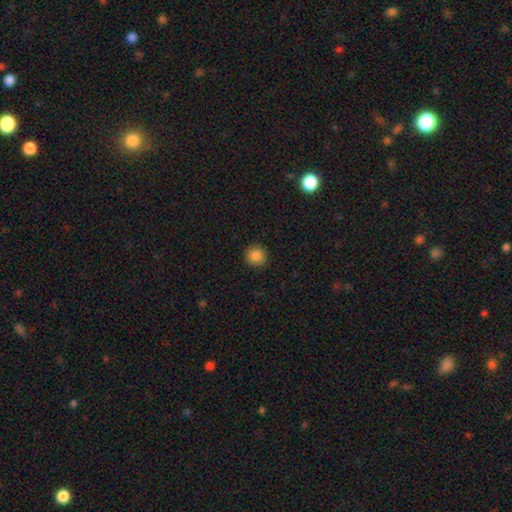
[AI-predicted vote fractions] This appears to be a smooth galaxy with no disk features (85%) that is round (95%). Merging: none (92%).